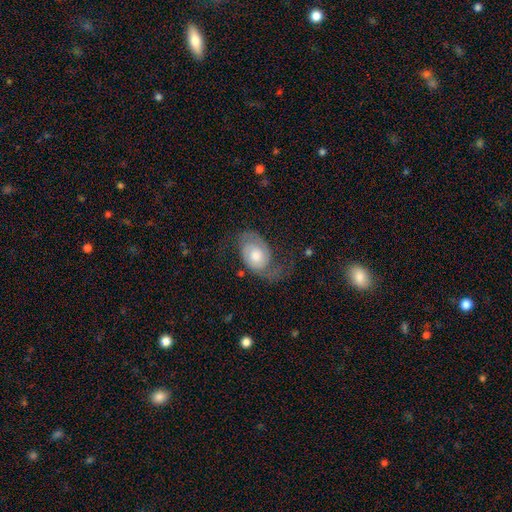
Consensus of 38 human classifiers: Smooth or featured: featured or disk — 71% (smooth — 21%)
Edge-on disk: no — 93% (yes — 7%)
Bar: no — 80% (weak — 16%)
Spiral arms: yes — 92% (no — 8%)
Spiral winding: loose — 43% (medium — 30%)
Spiral arm count: 2 — 87% (1 — 9%)
Bulge size: moderate — 76% (large — 24%)
Merging: none — 51% (minor disturbance — 26%)